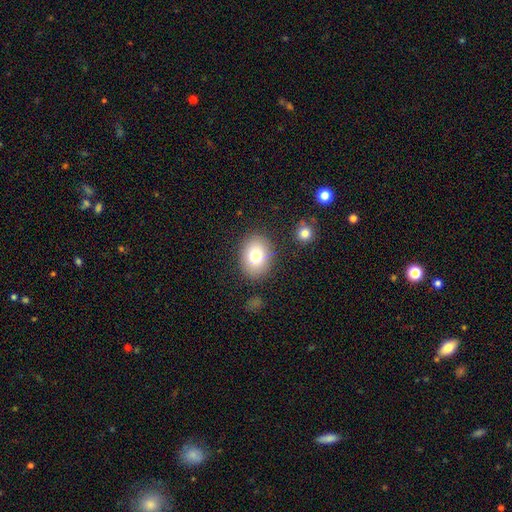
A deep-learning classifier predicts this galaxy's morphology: A smooth galaxy with no disk features (78%) that is in between round and cigar-shaped (61%). Merging: none (83%).